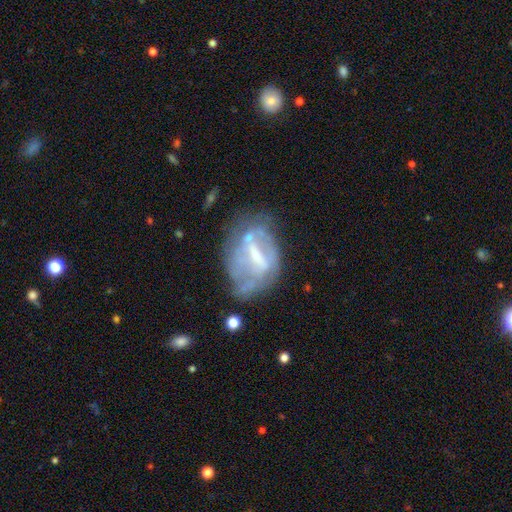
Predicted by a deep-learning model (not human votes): Smooth or featured? featured or disk (70%)
Edge-on disk? no (94%)
Bar? strong (44%)
Spiral arms? no (57%)
Bulge size? small (36%)
Merging? none (46%)